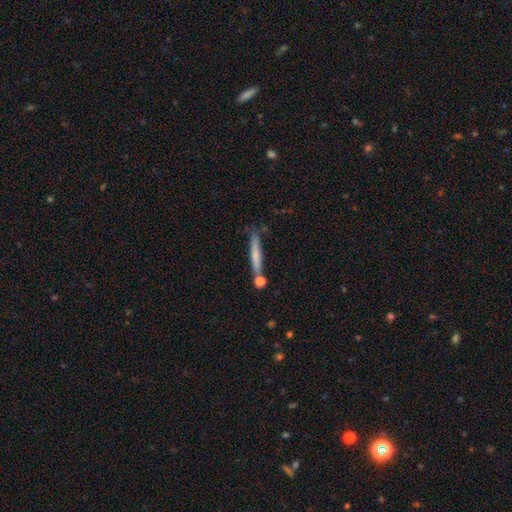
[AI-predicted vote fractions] Morphology: type=smooth (65%); roundness=cigar-shaped (93%); merging=none (70%).